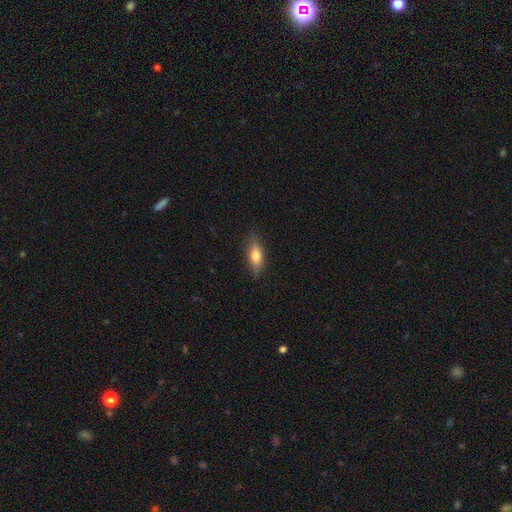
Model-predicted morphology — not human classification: smooth-or-featured: smooth: 68% | featured or disk: 25% | star or artifact: 7%
  how-rounded: in between: 60% | cigar-shaped: 37% | round: 3%
  merging: none: 81% | minor disturbance: 15% | major disturbance: 3% | merger: 1%